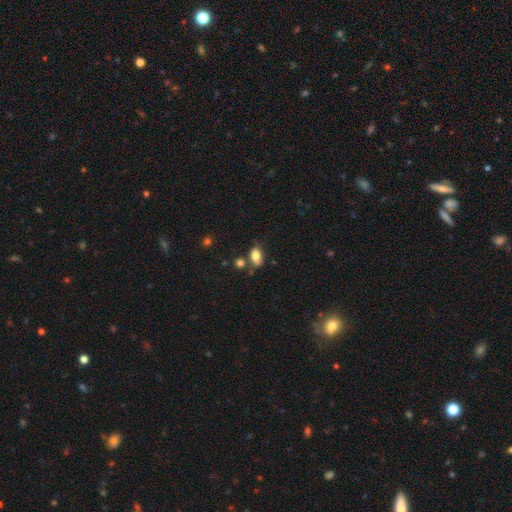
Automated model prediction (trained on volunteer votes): smooth 81%, featured or disk 10%, star or artifact 9%. Down the decision tree: how rounded — in between (88%); merging — none (59%).